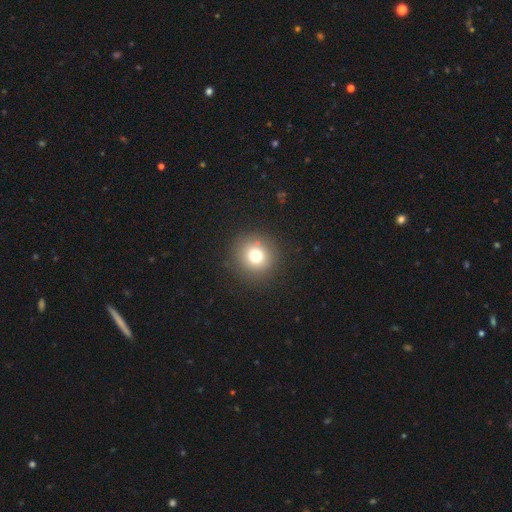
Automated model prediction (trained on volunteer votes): The model was most divided on "smooth or featured": smooth: 75%, star or artifact: 14%, featured or disk: 11%. More confident: how rounded — round (93%); merging — none (89%).